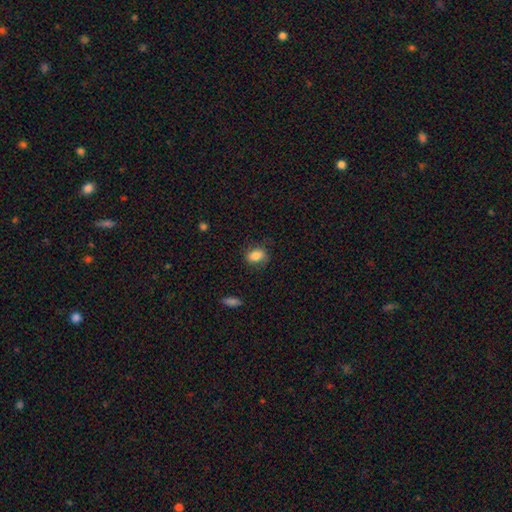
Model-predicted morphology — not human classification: Smooth or featured? Predicted: smooth (p=0.83). How rounded? Predicted: in between (p=0.78). Merging? Predicted: none (p=0.69).